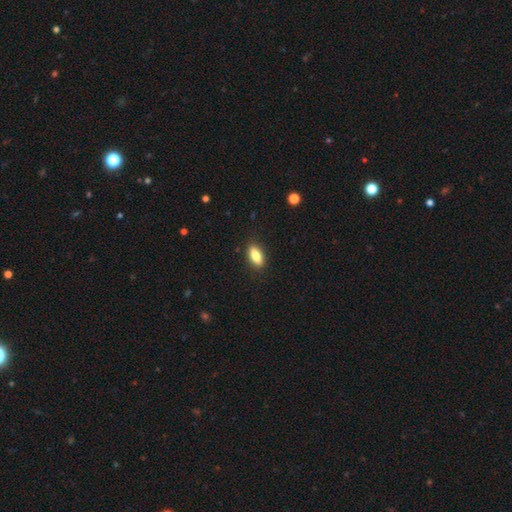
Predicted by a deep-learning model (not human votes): This is clearly a smooth galaxy (84%). How rounded: clearly in between (84%). Merging: clearly none (88%).